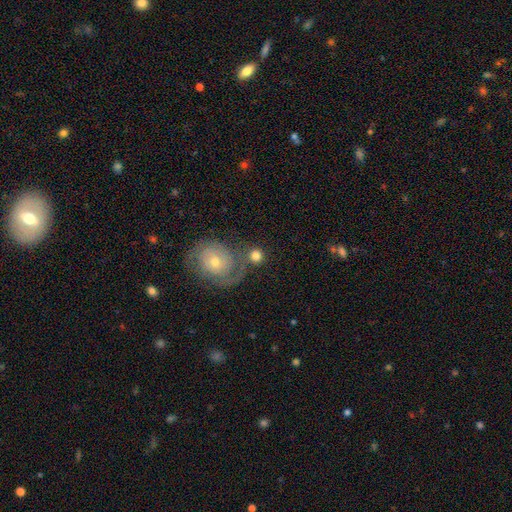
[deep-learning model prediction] This appears to be a smooth galaxy with no disk features (68%) that is round (88%). Merging: none (60%).